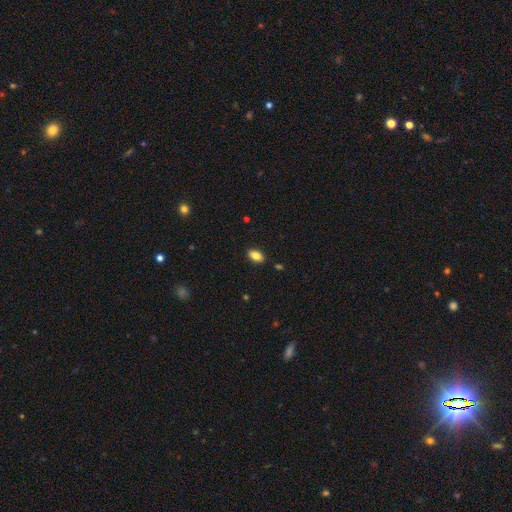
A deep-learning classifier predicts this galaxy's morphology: The model was most divided on "smooth or featured": smooth: 84%, star or artifact: 9%, featured or disk: 7%. More confident: how rounded — in between (90%); merging — none (88%).